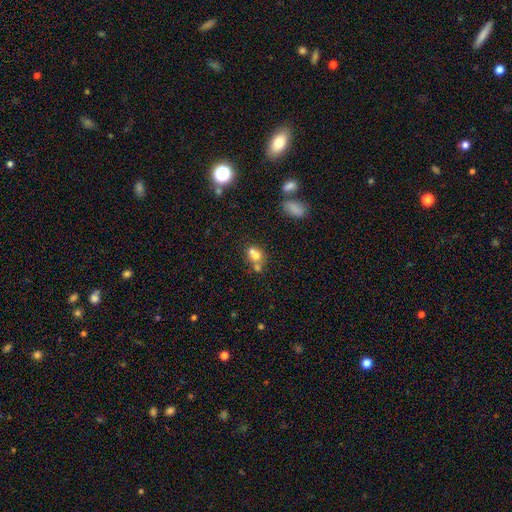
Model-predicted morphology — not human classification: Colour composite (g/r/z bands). It shows a smooth galaxy with no disk features (66%) that is round (52%). Merging: merger (58%).